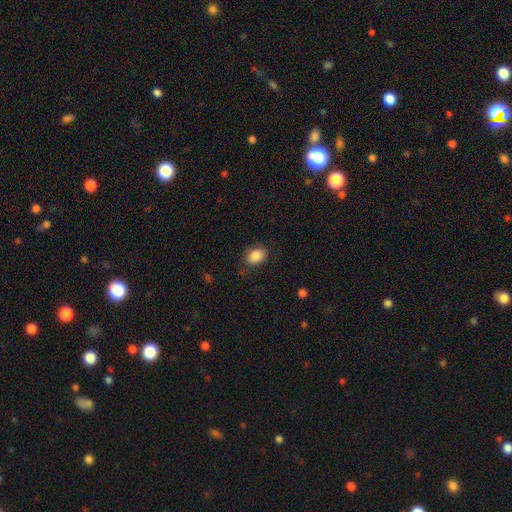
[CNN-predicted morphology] Smooth or featured?
  - smooth: 88% *
  - star or artifact: 8%
  - featured or disk: 4%
How rounded?
  - in between: 70% *
  - round: 29%
  - cigar-shaped: 1%
Merging?
  - none: 81% *
  - minor disturbance: 14%
  - major disturbance: 4%
  - merger: 1%